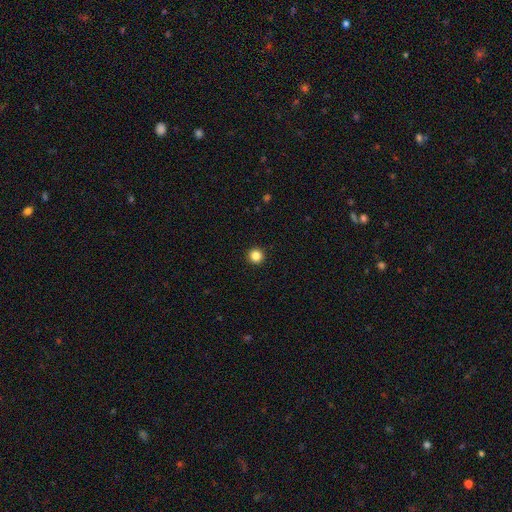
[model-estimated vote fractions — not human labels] A smooth galaxy with no disk features (85%) that is round (97%).

Vote fractions:
- Smooth or featured? smooth: 85% / star or artifact: 11% / featured or disk: 4%
- How rounded? round: 97% / in between: 3% / cigar-shaped: 1%
- Merging? none: 94% / minor disturbance: 4% / major disturbance: 1% / merger: 1%